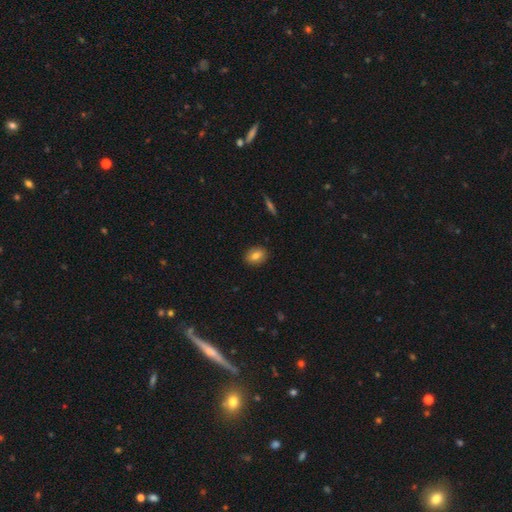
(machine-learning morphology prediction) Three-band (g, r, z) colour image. It shows a smooth galaxy with no disk features (79%) that is in between round and cigar-shaped (73%). Merging: none (88%).